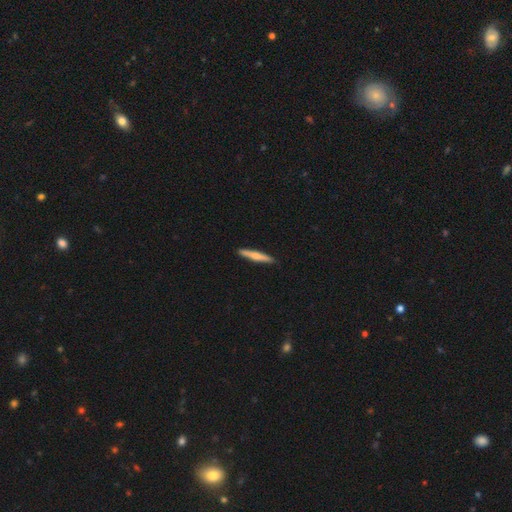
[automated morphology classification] smooth_or_featured: smooth (p=0.59) [alt: featured or disk p=0.36]
how_rounded: cigar-shaped (p=0.94) [alt: in between p=0.05]
merging: none (p=0.92) [alt: minor disturbance p=0.06]